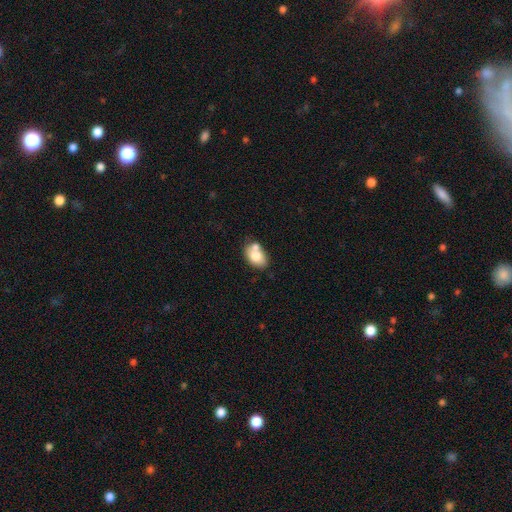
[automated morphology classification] This appears to be a smooth galaxy with no disk features (76%) that is in between round and cigar-shaped (82%). Merging: none (46%).